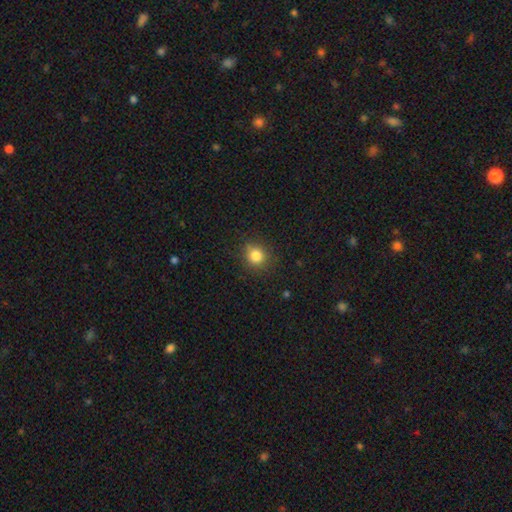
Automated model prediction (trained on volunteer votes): This is clearly a smooth galaxy (82%). How rounded: clearly round (83%). Merging: clearly none (85%).